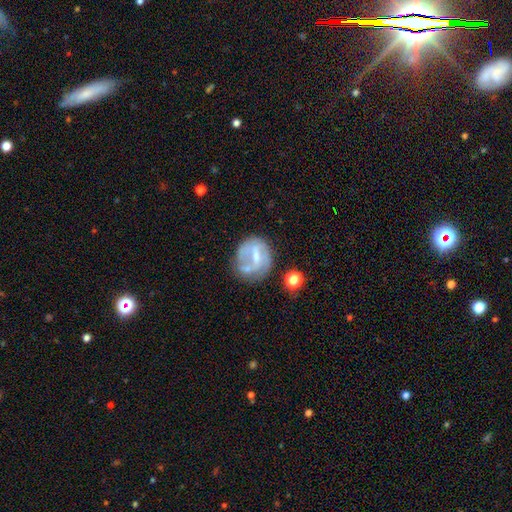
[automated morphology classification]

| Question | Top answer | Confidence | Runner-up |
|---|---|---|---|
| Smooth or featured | featured or disk | 59% | smooth (32%) |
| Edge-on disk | no | 97% | yes (3%) |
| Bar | weak | 42% | strong (33%) |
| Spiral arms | no | 55% | yes (45%) |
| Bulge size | small | 35% | moderate (31%) |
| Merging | none | 46% | minor disturbance (24%) |